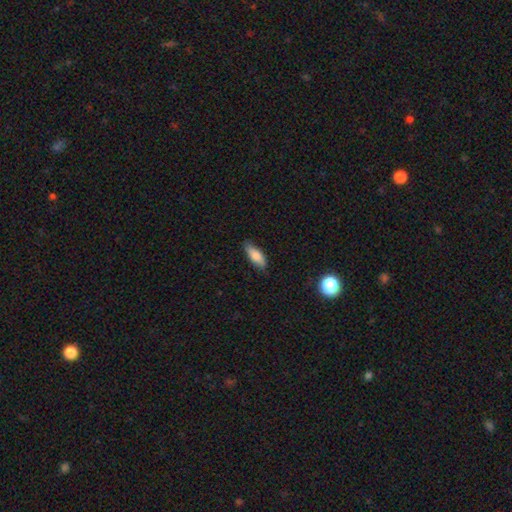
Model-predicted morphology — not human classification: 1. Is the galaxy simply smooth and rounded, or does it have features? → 80% smooth, 13% featured or disk, 7% star or artifact.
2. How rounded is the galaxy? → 70% in between, 28% cigar-shaped, 2% round.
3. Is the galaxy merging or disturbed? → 81% none, 15% minor disturbance, 3% major disturbance, 1% merger.